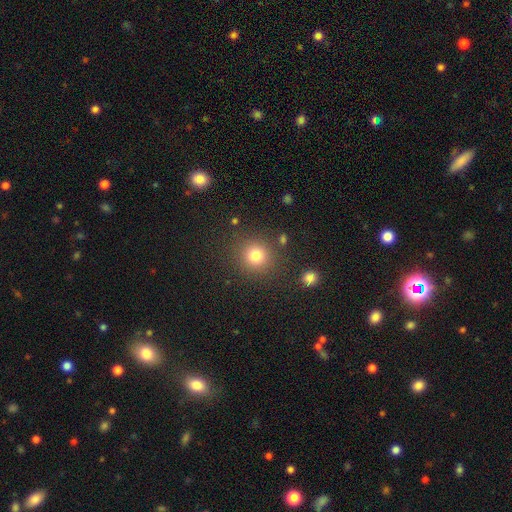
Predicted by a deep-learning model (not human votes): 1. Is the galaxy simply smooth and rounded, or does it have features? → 80% smooth, 14% star or artifact, 6% featured or disk.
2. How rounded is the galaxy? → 92% round, 8% in between, 1% cigar-shaped.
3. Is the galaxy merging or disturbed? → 86% none, 8% minor disturbance, 4% major disturbance, 3% merger.